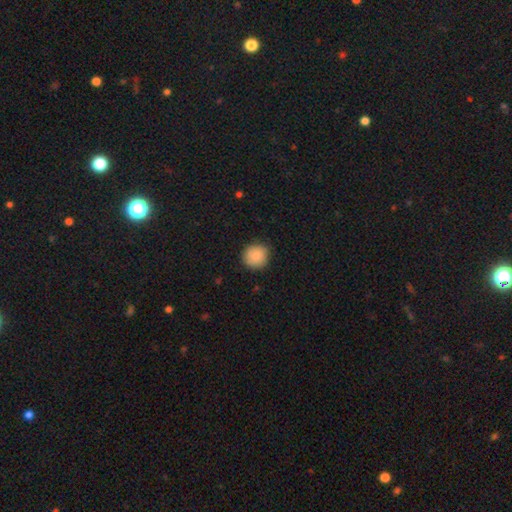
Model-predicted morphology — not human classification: A smooth galaxy with no disk features (86%) that is round (91%).

Vote fractions:
- Smooth or featured? smooth: 86% / star or artifact: 8% / featured or disk: 6%
- How rounded? round: 91% / in between: 8% / cigar-shaped: 1%
- Merging? none: 84% / minor disturbance: 13% / major disturbance: 2% / merger: 1%